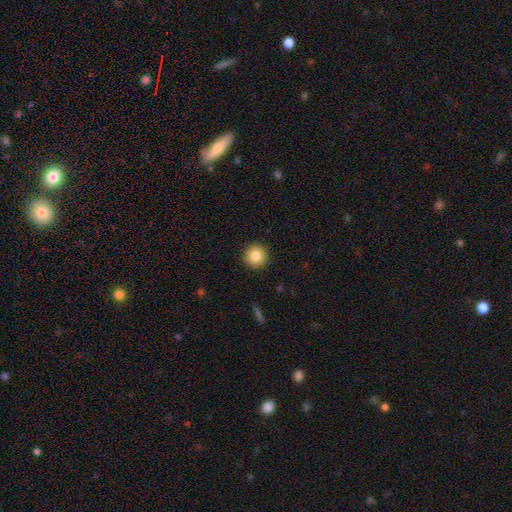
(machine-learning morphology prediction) This is clearly a smooth galaxy (85%). How rounded: clearly round (95%). Merging: clearly none (92%).